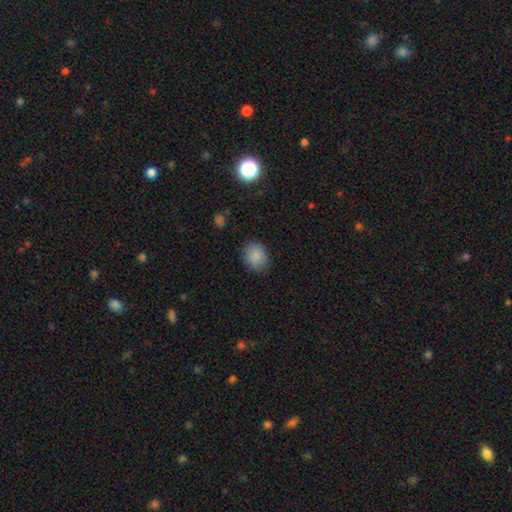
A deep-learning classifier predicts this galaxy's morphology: The model was most divided on "how rounded": round: 58%, in between: 41%, cigar-shaped: 1%. More confident: smooth or featured — smooth (87%); merging — none (81%).